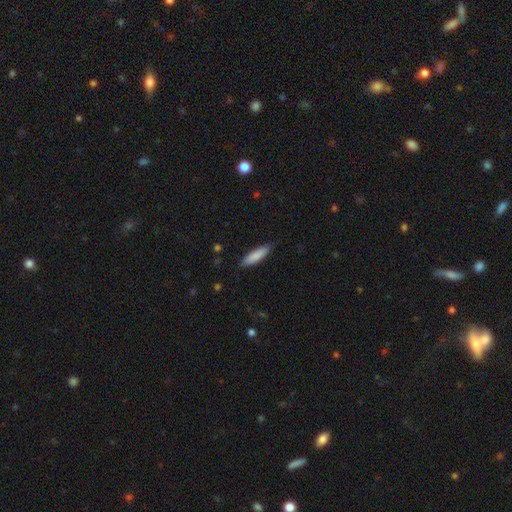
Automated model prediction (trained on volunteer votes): This is clearly a smooth galaxy (86%). How rounded: likely cigar-shaped (63%). Merging: clearly none (84%).